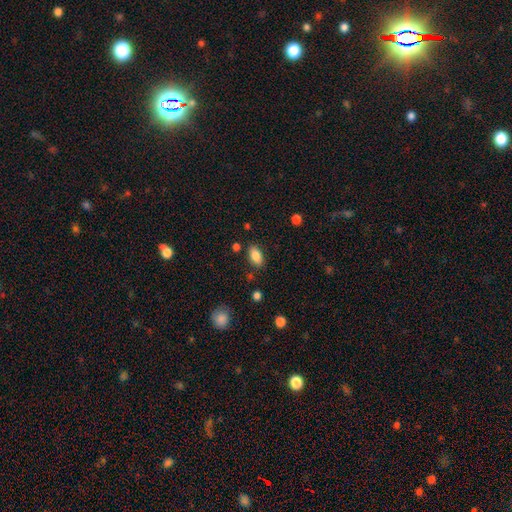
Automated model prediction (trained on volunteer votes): A smooth galaxy with no disk features (86%) that is in between round and cigar-shaped (91%).

Vote fractions:
- Smooth or featured? smooth: 86% / star or artifact: 8% / featured or disk: 6%
- How rounded? in between: 91% / round: 5% / cigar-shaped: 4%
- Merging? none: 83% / minor disturbance: 11% / major disturbance: 3% / merger: 3%